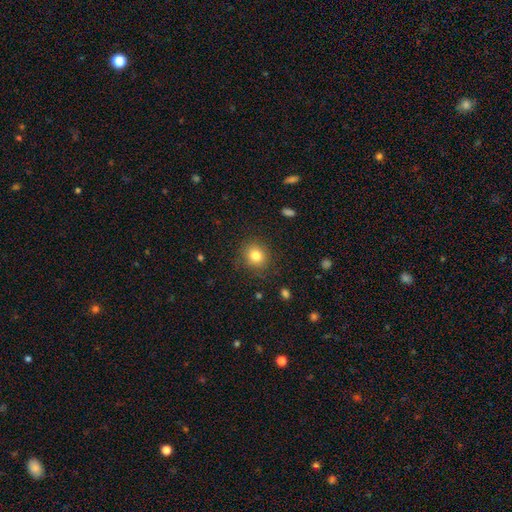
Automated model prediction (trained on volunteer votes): Smooth or featured?
  - smooth: 81% *
  - star or artifact: 11%
  - featured or disk: 8%
How rounded?
  - round: 83% *
  - in between: 16%
  - cigar-shaped: 1%
Merging?
  - none: 85% *
  - minor disturbance: 10%
  - major disturbance: 3%
  - merger: 1%